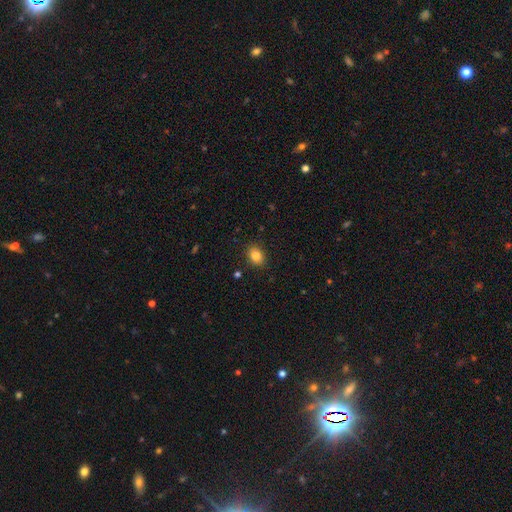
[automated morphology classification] This appears to be a smooth galaxy with no disk features (85%) that is in between round and cigar-shaped (60%). Merging: none (87%).